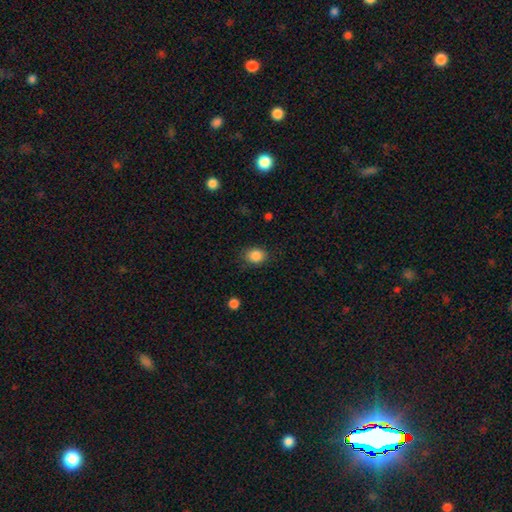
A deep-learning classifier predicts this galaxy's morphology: A smooth galaxy with no disk features (86%) that is round (57%).

Vote fractions:
- Smooth or featured? smooth: 86% / star or artifact: 10% / featured or disk: 4%
- How rounded? round: 57% / in between: 42% / cigar-shaped: 1%
- Merging? none: 82% / minor disturbance: 13% / major disturbance: 4% / merger: 1%